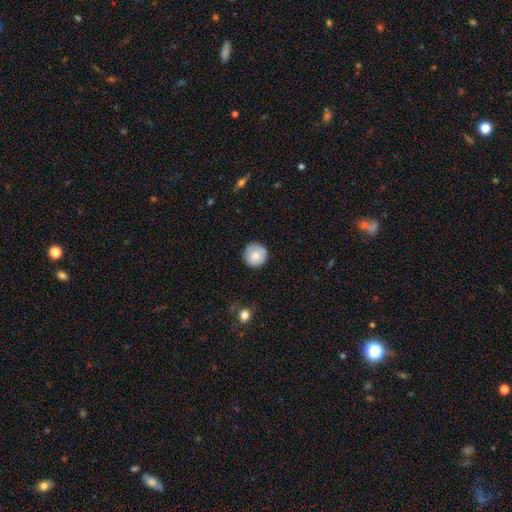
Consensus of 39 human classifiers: smooth-or-featured: smooth: 87% | featured or disk: 10% | star or artifact: 3%
  how-rounded: round: 100% | in between: 0% | cigar-shaped: 0%
  merging: none: 84% | minor disturbance: 11% | major disturbance: 3% | merger: 3%